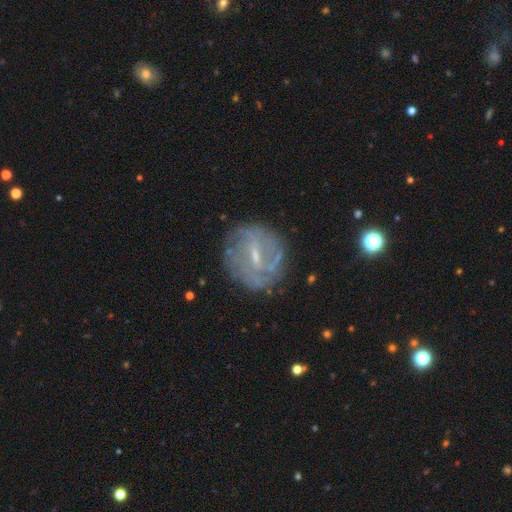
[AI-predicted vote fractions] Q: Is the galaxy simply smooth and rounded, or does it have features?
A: featured or disk — 73%.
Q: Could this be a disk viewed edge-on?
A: no — 96%.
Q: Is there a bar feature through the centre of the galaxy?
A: weak — 53%.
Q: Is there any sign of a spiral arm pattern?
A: yes — 74%.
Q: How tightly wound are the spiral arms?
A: tight — 46%.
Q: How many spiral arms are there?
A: can't tell — 45%.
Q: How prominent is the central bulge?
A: small — 63%.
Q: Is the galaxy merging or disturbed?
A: none — 74%.